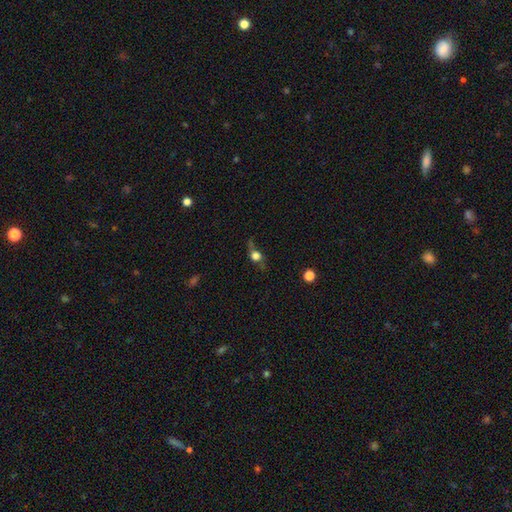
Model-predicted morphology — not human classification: smooth 49%, featured or disk 31%, star or artifact 20%. Down the decision tree: merging — none (56%).